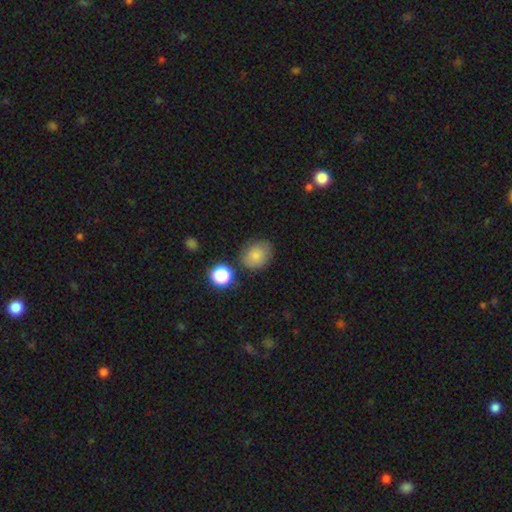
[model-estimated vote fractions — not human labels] Q: Smooth or featured?
A: smooth (81%); runner-up: star or artifact (11%)
Q: How rounded?
A: round (56%); runner-up: in between (43%)
Q: Merging?
A: none (76%); runner-up: minor disturbance (15%)